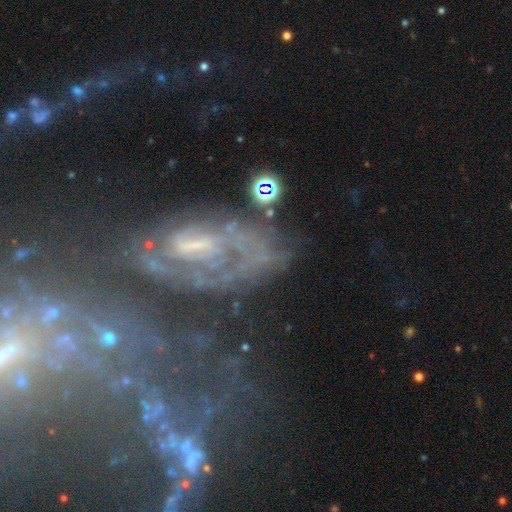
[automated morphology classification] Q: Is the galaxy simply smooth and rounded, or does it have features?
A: featured or disk — 72%.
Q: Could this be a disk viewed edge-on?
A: no — 95%.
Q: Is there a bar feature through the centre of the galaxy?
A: weak — 38%.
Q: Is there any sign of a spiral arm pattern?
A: yes — 73%.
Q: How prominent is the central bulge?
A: small — 35%.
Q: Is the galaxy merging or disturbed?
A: none — 45%.